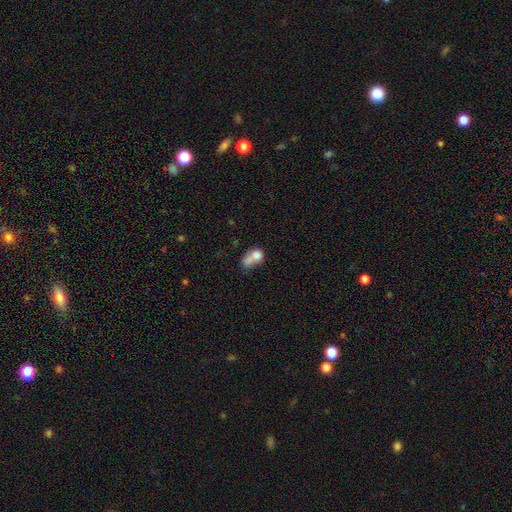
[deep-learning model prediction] Smooth or featured? smooth (71%)
How rounded? in between (60%)
Merging? merger (48%)